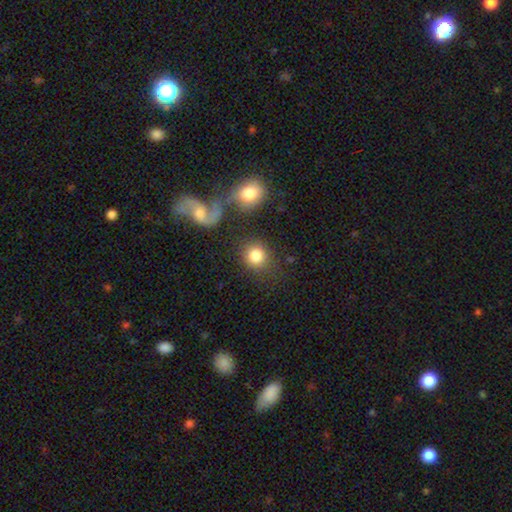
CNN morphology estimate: Smooth or featured: smooth — 84% (star or artifact — 9%)
How rounded: round — 85% (in between — 14%)
Merging: none — 69% (merger — 12%)